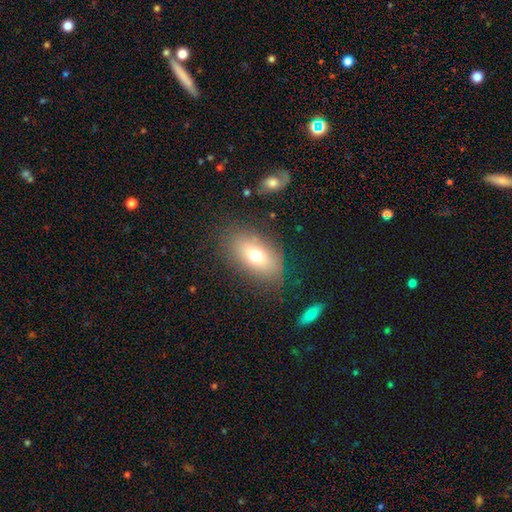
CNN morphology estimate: Smooth or featured?
  - smooth: 71% *
  - featured or disk: 19%
  - star or artifact: 11%
How rounded?
  - in between: 87% *
  - round: 10%
  - cigar-shaped: 3%
Merging?
  - none: 79% *
  - minor disturbance: 14%
  - major disturbance: 6%
  - merger: 2%